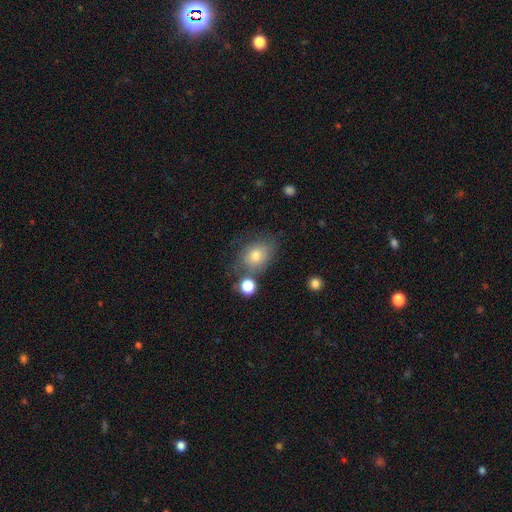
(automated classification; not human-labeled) Overall: smooth (66%). How rounded: in between (55%; round 44%). Merging: none (58%; minor disturbance 22%).